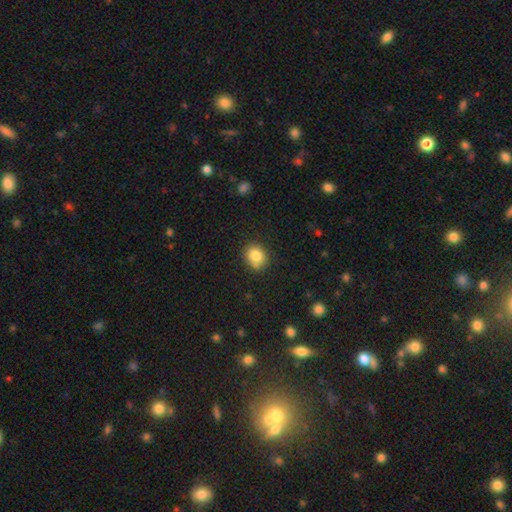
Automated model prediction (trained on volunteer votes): Morphology: type=smooth (83%); roundness=round (65%); merging=none (78%).